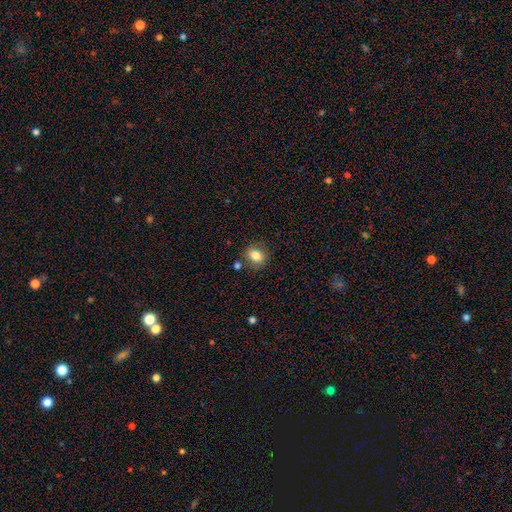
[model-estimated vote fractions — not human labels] The model was most divided on "how rounded": round: 56%, in between: 43%, cigar-shaped: 1%. More confident: smooth or featured — smooth (81%); merging — none (79%).